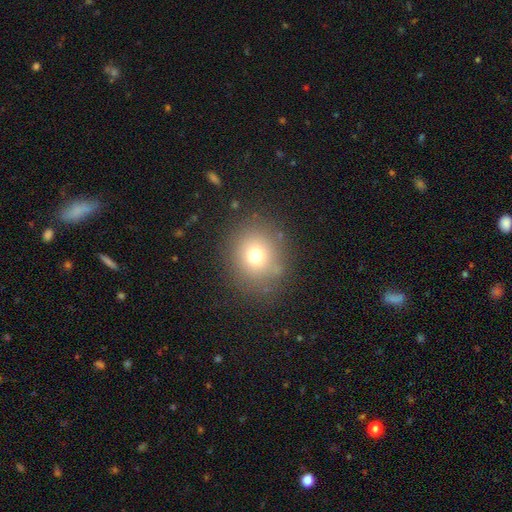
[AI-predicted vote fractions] This appears to be a smooth galaxy with no disk features (70%) that is round (82%). Merging: none (83%).